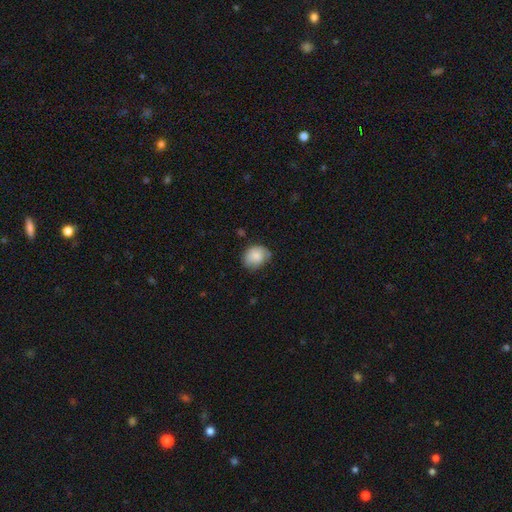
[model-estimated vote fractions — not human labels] smooth 79%, featured or disk 14%, star or artifact 8%. Down the decision tree: how rounded — round (52%); merging — none (58%).